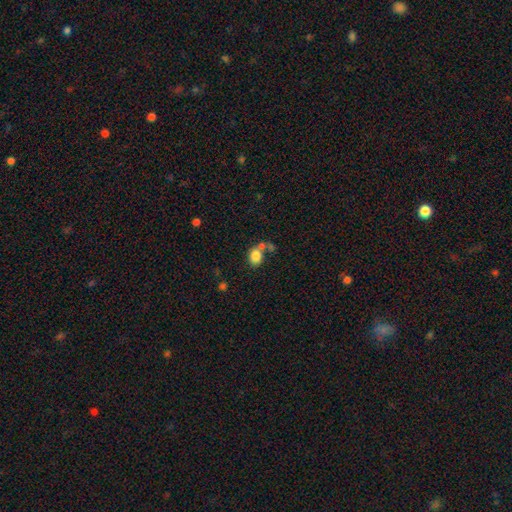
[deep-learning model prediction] Smooth or featured? Predicted: smooth (p=0.82). How rounded? Predicted: in between (p=0.51). Merging? Predicted: none (p=0.50).